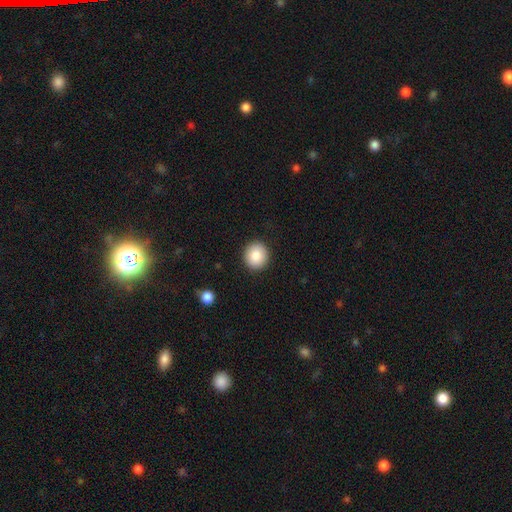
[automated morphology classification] Smooth or featured?
  - smooth: 86% *
  - star or artifact: 8%
  - featured or disk: 6%
How rounded?
  - round: 87% *
  - in between: 12%
  - cigar-shaped: 1%
Merging?
  - none: 91% *
  - minor disturbance: 6%
  - major disturbance: 2%
  - merger: 1%